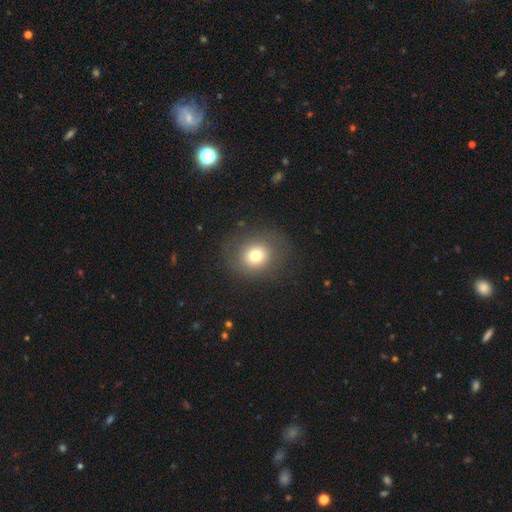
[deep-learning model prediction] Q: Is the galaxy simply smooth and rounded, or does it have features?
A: smooth — 74%.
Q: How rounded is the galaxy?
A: round — 75%.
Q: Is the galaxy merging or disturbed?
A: none — 83%.